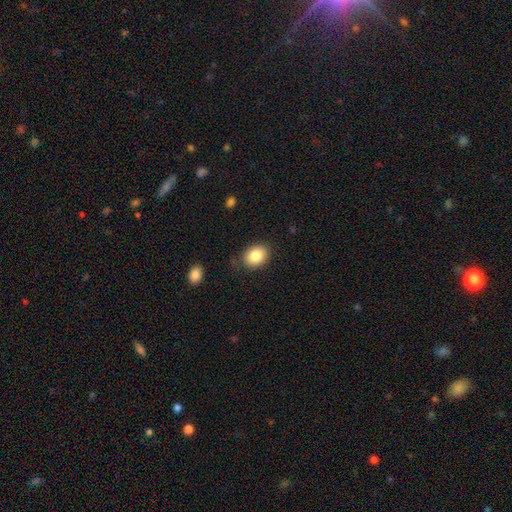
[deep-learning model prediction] smooth_or_featured: smooth (p=0.86) [alt: star or artifact p=0.07]
how_rounded: in between (p=0.66) [alt: round p=0.33]
merging: none (p=0.79) [alt: minor disturbance p=0.15]